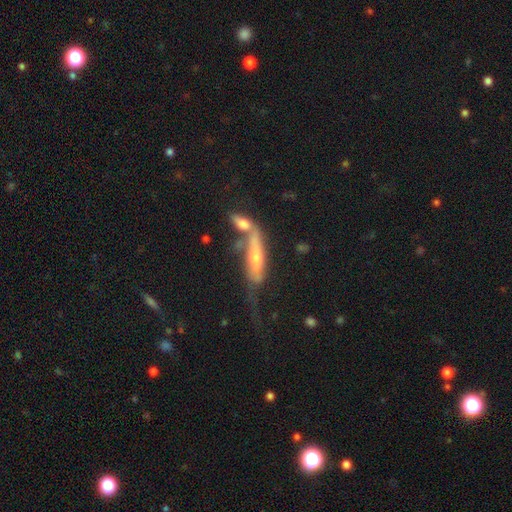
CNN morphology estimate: This appears to be a featured or disk galaxy (53%) viewed edge-on (59%). Merging: merger (44%).